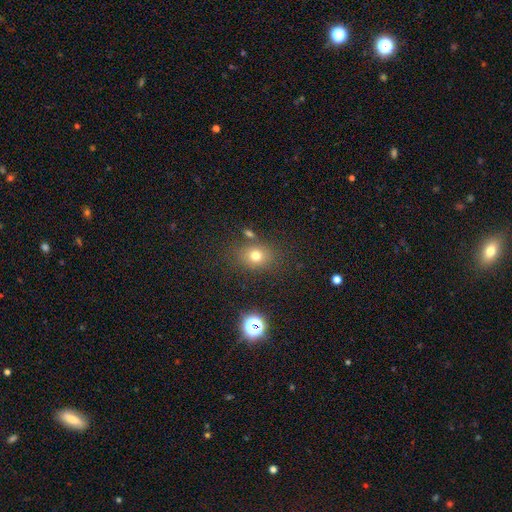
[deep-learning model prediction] Morphology: type=smooth (72%); roundness=round (61%); merging=none (77%).